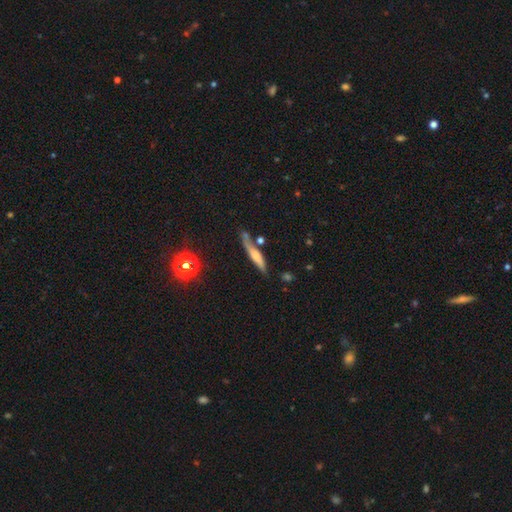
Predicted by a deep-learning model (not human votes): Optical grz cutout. It shows a smooth galaxy with no disk features (47%). Merging: none (67%).